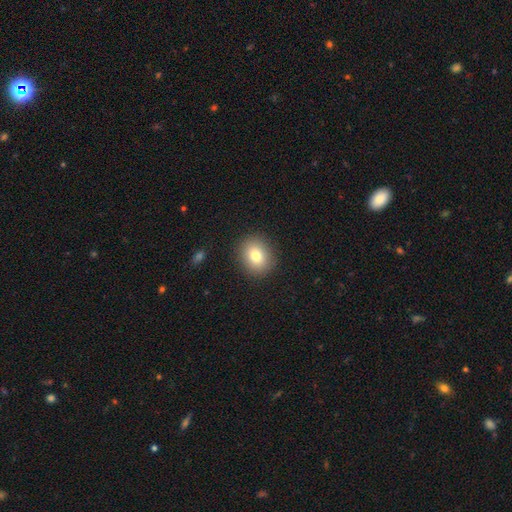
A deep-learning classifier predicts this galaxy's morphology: type=smooth (79%); roundness=round (67%); merging=none (89%).